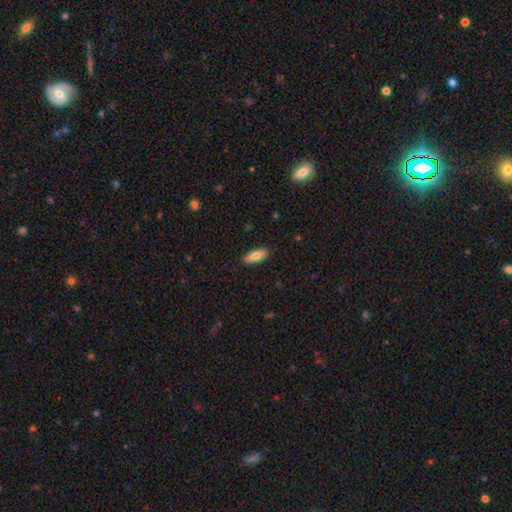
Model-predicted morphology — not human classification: A smooth galaxy with no disk features (78%) that is in between round and cigar-shaped (61%).

Vote fractions:
- Smooth or featured? smooth: 78% / featured or disk: 16% / star or artifact: 6%
- How rounded? in between: 61% / cigar-shaped: 37% / round: 2%
- Merging? none: 88% / minor disturbance: 9% / major disturbance: 2% / merger: 1%